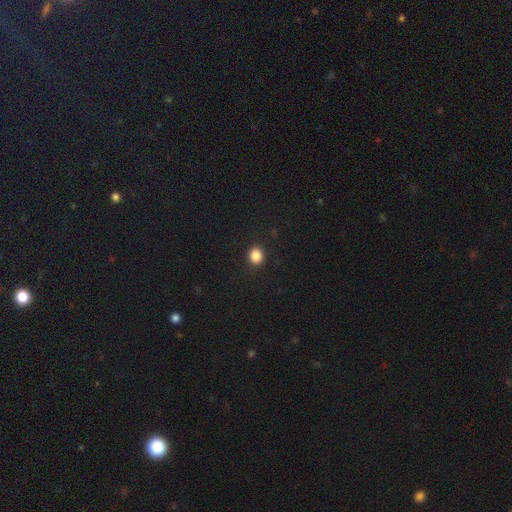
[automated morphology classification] Overall: smooth (86%). How rounded: round (72%). Merging: none (91%).